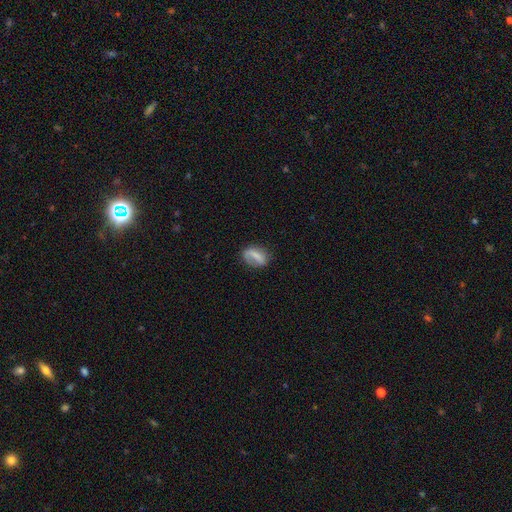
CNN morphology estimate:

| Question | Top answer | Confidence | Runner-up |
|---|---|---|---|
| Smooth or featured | smooth | 56% | featured or disk (34%) |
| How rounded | in between | 73% | round (19%) |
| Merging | none | 63% | minor disturbance (22%) |